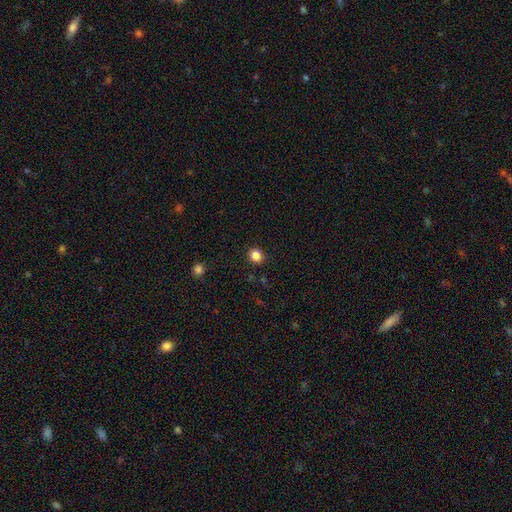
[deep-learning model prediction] The model was most divided on "how rounded": round: 79%, in between: 20%, cigar-shaped: 1%. More confident: merging — none (88%); smooth or featured — smooth (84%).